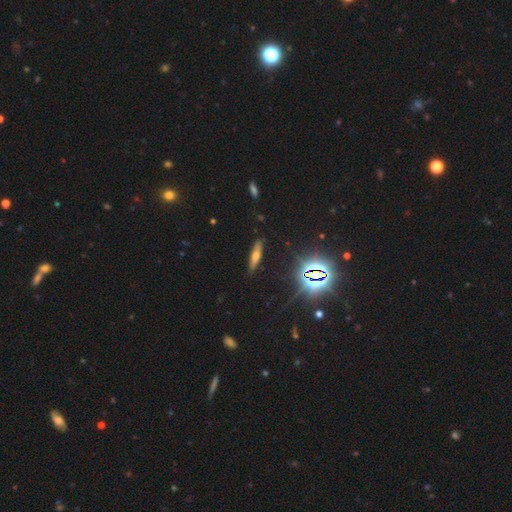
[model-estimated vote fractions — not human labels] Overall: smooth (44%; featured or disk 33%). Merging: none (87%).